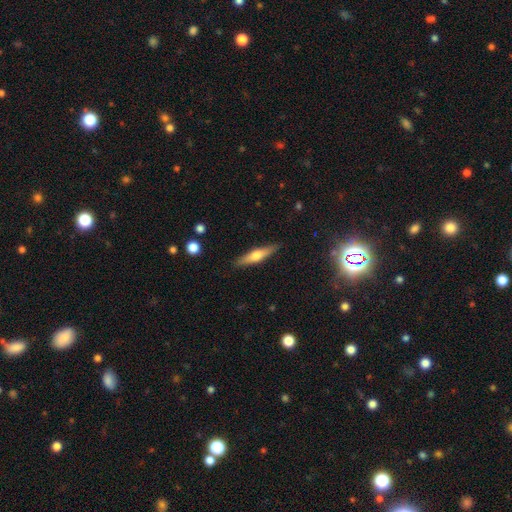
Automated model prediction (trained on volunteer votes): smooth-or-featured: featured or disk: 52% | smooth: 43% | star or artifact: 6%
  disk-edge-on: yes: 95% | no: 5%
  merging: none: 89% | minor disturbance: 8% | major disturbance: 2% | merger: 1%